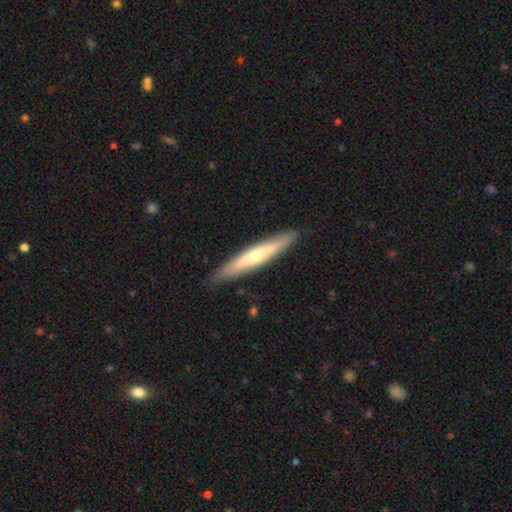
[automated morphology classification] This is possibly a featured or disk galaxy (58%). It is clearly viewed edge-on (89%). Edge-on bulge: likely rounded (75%). Merging: clearly none (89%).